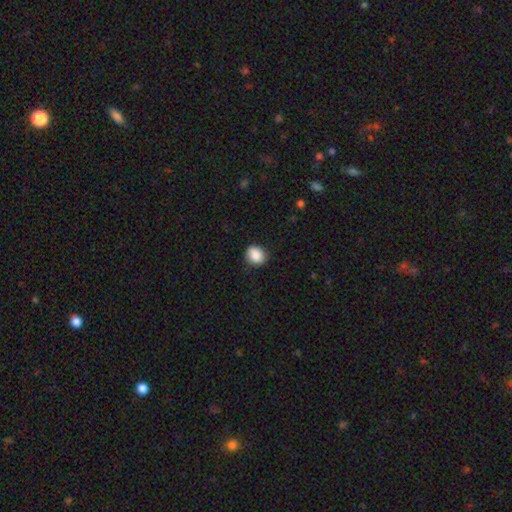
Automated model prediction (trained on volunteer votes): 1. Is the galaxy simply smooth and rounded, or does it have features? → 86% smooth, 8% star or artifact, 6% featured or disk.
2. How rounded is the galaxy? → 66% round, 33% in between, 1% cigar-shaped.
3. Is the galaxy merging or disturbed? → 80% none, 16% minor disturbance, 3% major disturbance, 1% merger.